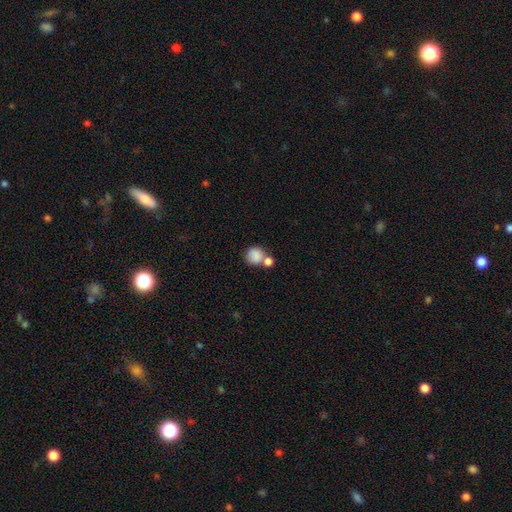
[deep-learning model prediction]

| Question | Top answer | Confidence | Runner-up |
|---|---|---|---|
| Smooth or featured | smooth | 84% | star or artifact (8%) |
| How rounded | round | 84% | in between (15%) |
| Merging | none | 45% | merger (40%) |